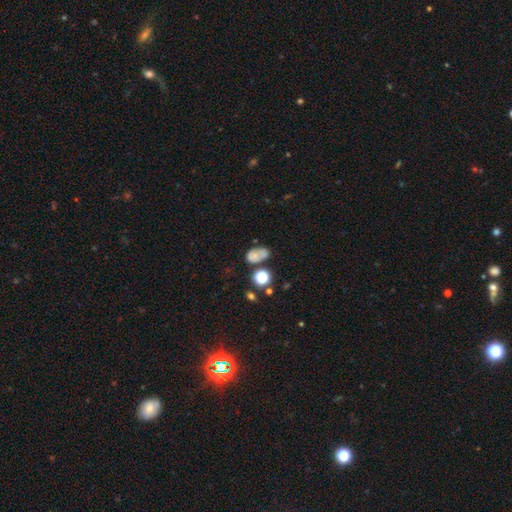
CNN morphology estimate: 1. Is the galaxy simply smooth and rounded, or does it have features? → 64% smooth, 19% featured or disk, 17% star or artifact.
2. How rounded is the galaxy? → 77% in between, 21% round, 2% cigar-shaped.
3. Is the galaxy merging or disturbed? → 45% none, 24% minor disturbance, 18% merger, 12% major disturbance.